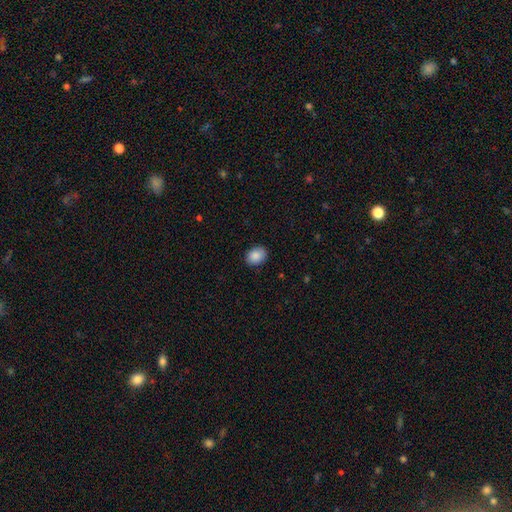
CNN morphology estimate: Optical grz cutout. It shows a smooth galaxy with no disk features (89%) that is in between round and cigar-shaped (57%). Merging: none (88%).